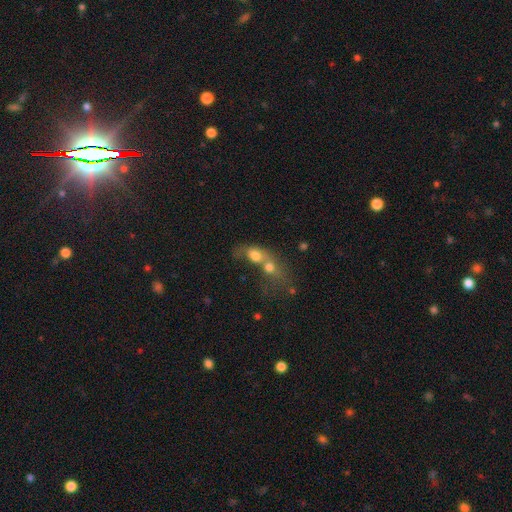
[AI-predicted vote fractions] Overall: smooth (70%). How rounded: in between (56%; round 39%). Merging: merger (73%).